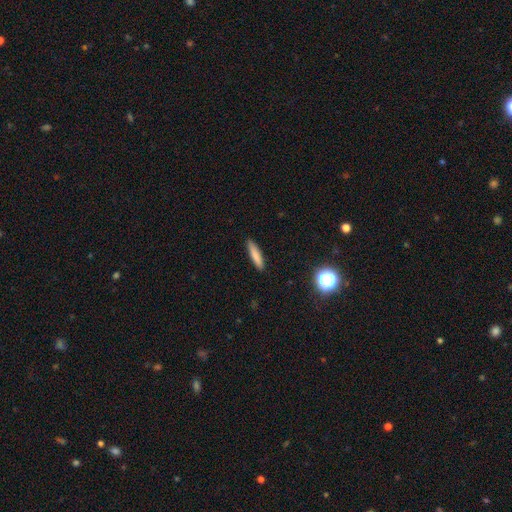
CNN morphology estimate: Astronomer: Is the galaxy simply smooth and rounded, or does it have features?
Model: smooth — 80%.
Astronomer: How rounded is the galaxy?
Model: cigar-shaped — 82%.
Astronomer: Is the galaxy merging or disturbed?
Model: none — 89%.